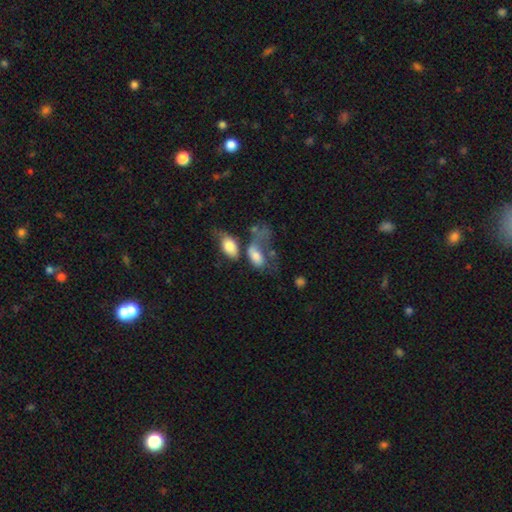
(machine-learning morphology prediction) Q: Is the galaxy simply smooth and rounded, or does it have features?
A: smooth — 68%.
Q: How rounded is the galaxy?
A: in between — 88%.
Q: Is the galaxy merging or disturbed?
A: merger — 40%.